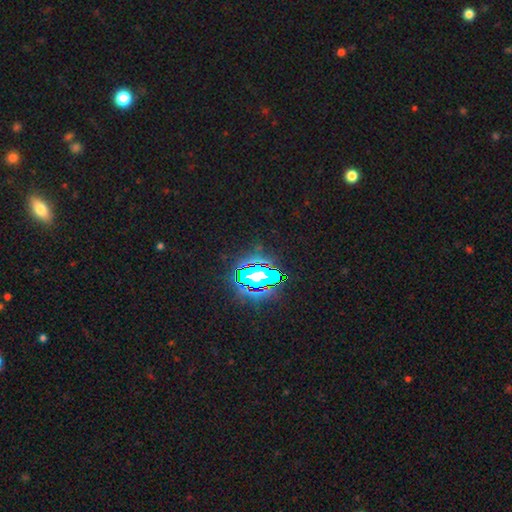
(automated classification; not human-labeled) Smooth or featured: star or artifact — 80% (smooth — 12%)